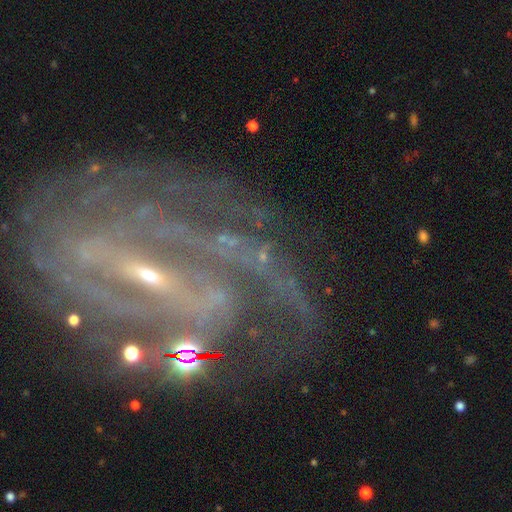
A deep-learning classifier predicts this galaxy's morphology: Smooth or featured: featured or disk — 85% (star or artifact — 10%)
Edge-on disk: no — 95% (yes — 5%)
Bar: strong — 48% (weak — 32%)
Spiral arms: yes — 94% (no — 6%)
Spiral winding: tight — 51% (medium — 37%)
Spiral arm count: 2 — 29% (can't tell — 24%)
Bulge size: small — 79% (moderate — 15%)
Merging: none — 62% (minor disturbance — 17%)